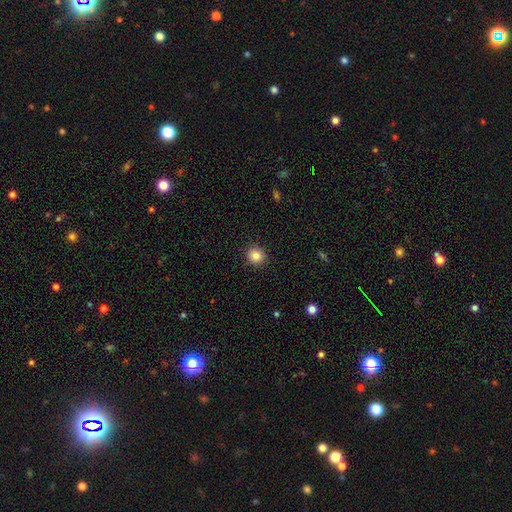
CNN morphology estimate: A smooth galaxy with no disk features (86%) that is round (90%).

Vote fractions:
- Smooth or featured? smooth: 86% / star or artifact: 10% / featured or disk: 4%
- How rounded? round: 90% / in between: 9% / cigar-shaped: 1%
- Merging? none: 91% / minor disturbance: 6% / major disturbance: 2% / merger: 1%